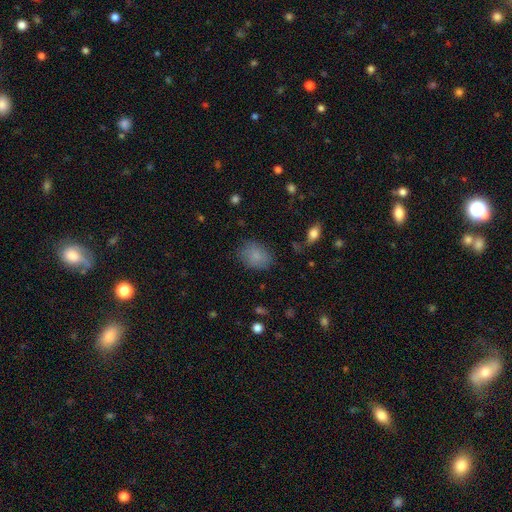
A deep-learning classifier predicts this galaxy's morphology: Smooth or featured: smooth — 83% (star or artifact — 9%)
How rounded: in between — 66% (round — 33%)
Merging: none — 79% (minor disturbance — 15%)